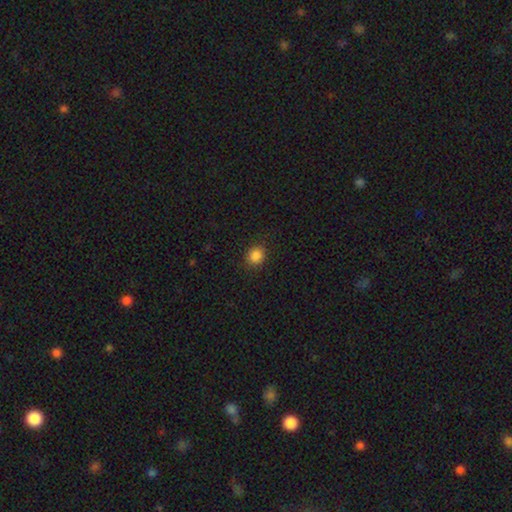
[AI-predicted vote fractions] Overall: smooth (86%). How rounded: round (82%). Merging: none (88%).